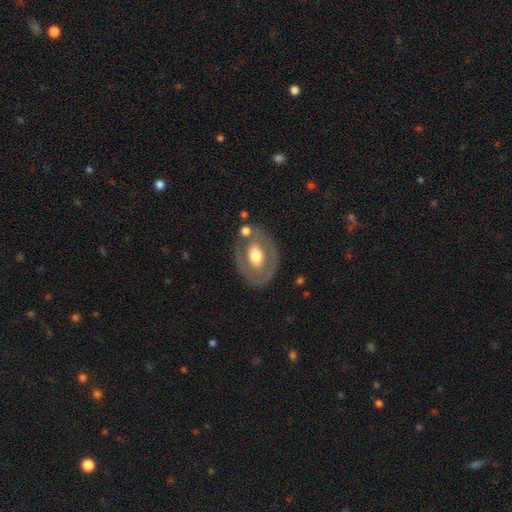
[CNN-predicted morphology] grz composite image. It shows a featured or disk galaxy (54%). Merging: none (69%).